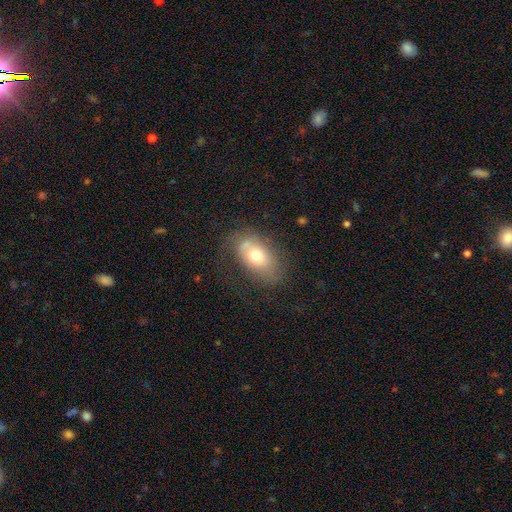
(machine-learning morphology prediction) Q: Smooth or featured?
A: smooth (63%); runner-up: featured or disk (28%)
Q: How rounded?
A: in between (90%); runner-up: round (8%)
Q: Merging?
A: none (58%); runner-up: minor disturbance (25%)